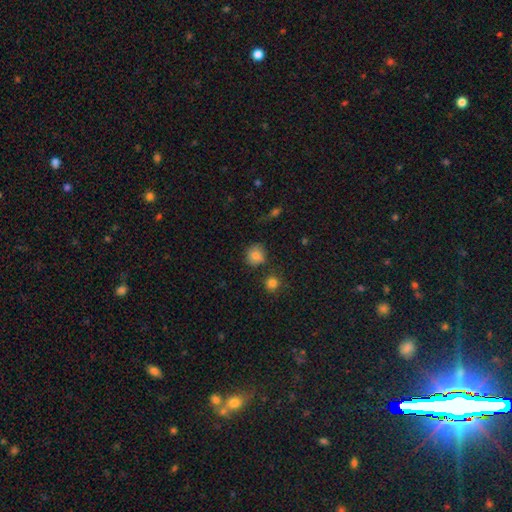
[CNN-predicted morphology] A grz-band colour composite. It shows a smooth galaxy with no disk features (81%) that is round (86%). Merging: none (76%).